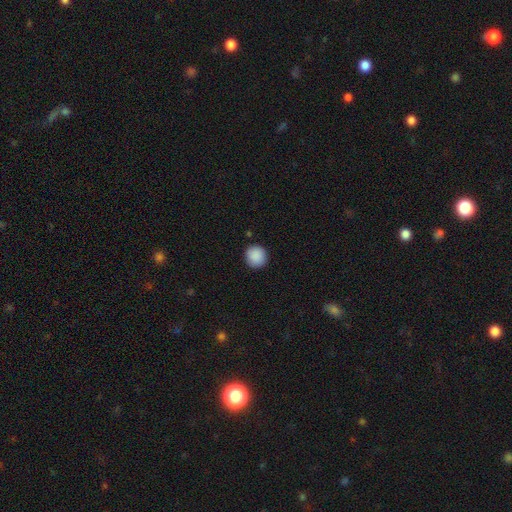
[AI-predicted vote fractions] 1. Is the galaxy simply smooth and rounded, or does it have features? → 89% smooth, 8% star or artifact, 3% featured or disk.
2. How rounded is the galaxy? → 91% round, 8% in between, 1% cigar-shaped.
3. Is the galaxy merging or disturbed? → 90% none, 7% minor disturbance, 2% major disturbance, 1% merger.